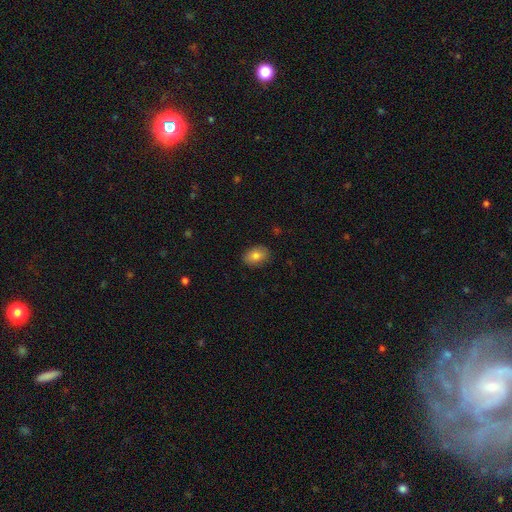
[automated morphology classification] type=smooth (81%); roundness=in between (77%); merging=none (87%).